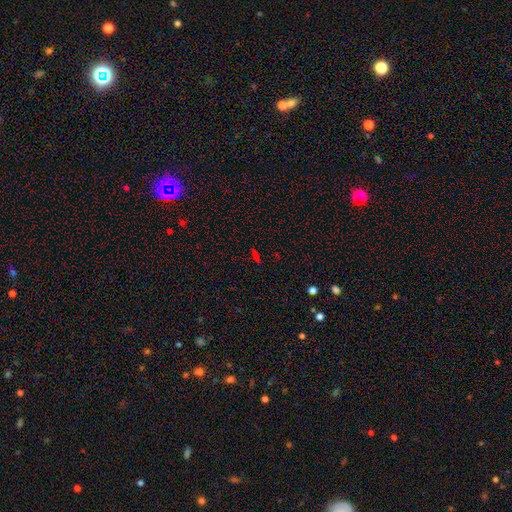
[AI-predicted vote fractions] This is marginally a smooth galaxy (44%). Merging: clearly none (86%).